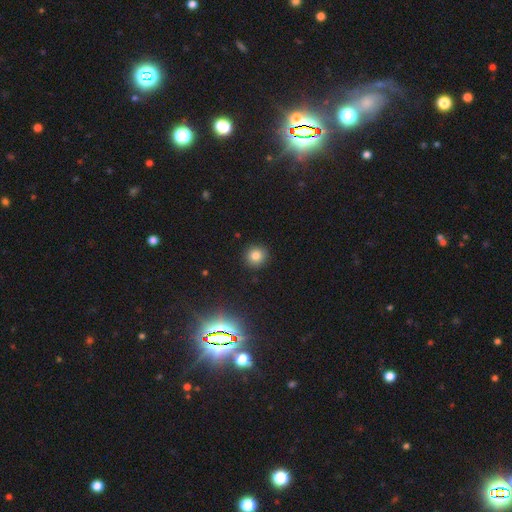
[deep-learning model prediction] Q: Smooth or featured?
A: smooth (80%); runner-up: star or artifact (13%)
Q: How rounded?
A: round (92%); runner-up: in between (7%)
Q: Merging?
A: none (91%); runner-up: minor disturbance (6%)